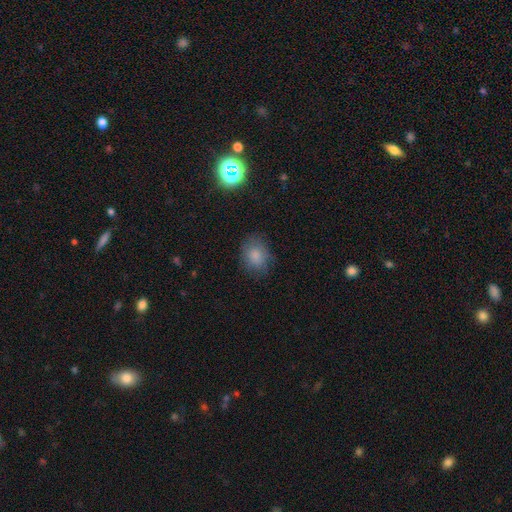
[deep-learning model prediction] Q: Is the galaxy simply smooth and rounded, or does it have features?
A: smooth — 81%.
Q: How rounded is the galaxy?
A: round — 52%.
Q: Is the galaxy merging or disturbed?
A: none — 73%.